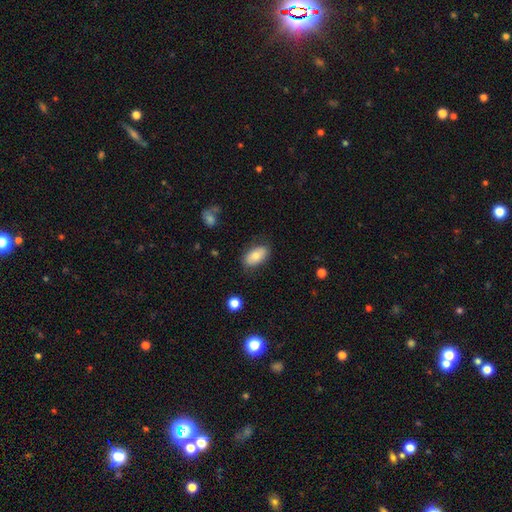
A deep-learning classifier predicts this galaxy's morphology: Q: Smooth or featured?
A: smooth (75%); runner-up: featured or disk (18%)
Q: How rounded?
A: in between (93%); runner-up: round (5%)
Q: Merging?
A: none (78%); runner-up: minor disturbance (16%)